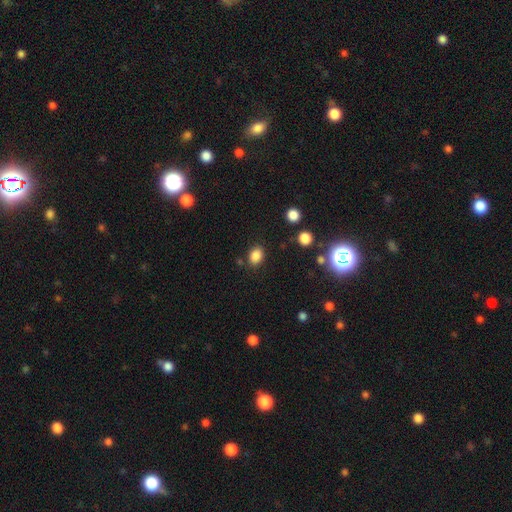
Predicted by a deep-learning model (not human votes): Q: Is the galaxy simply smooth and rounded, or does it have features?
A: smooth — 85%.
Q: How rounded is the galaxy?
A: in between — 63%.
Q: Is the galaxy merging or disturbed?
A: none — 84%.